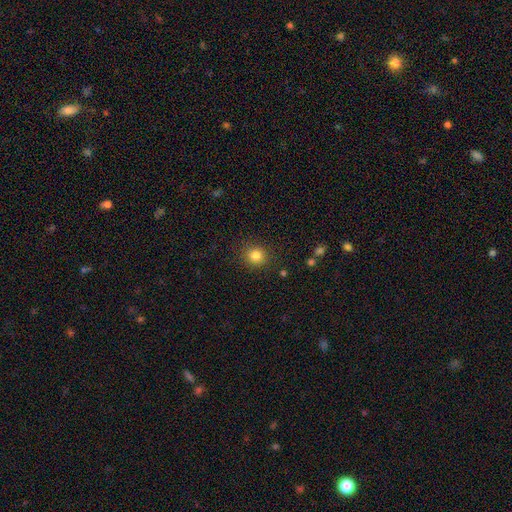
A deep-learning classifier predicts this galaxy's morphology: Smooth or featured? Predicted: smooth (p=0.83). How rounded? Predicted: round (p=0.88). Merging? Predicted: none (p=0.89).